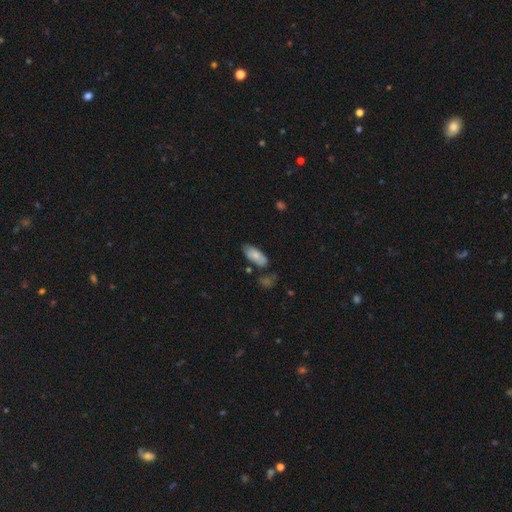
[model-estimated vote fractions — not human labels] A smooth galaxy with no disk features (77%) that is in between round and cigar-shaped (87%). Merging: none (70%).